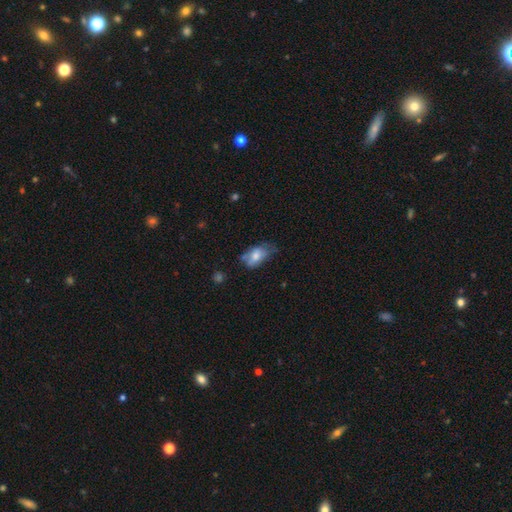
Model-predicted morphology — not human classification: A smooth galaxy with no disk features (66%) that is in between round and cigar-shaped (90%).

Vote fractions:
- Smooth or featured? smooth: 66% / featured or disk: 25% / star or artifact: 8%
- How rounded? in between: 90% / round: 7% / cigar-shaped: 3%
- Merging? none: 37% (tied) / minor disturbance: 37% (tied) / major disturbance: 19% / merger: 7%